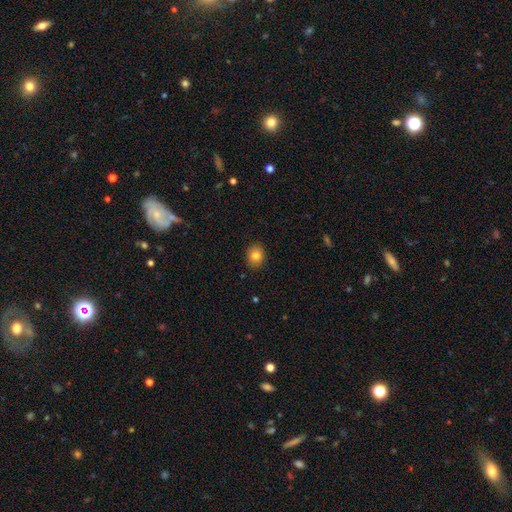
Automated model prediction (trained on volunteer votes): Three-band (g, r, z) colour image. It shows a smooth galaxy with no disk features (82%) that is round (66%). Merging: none (90%).